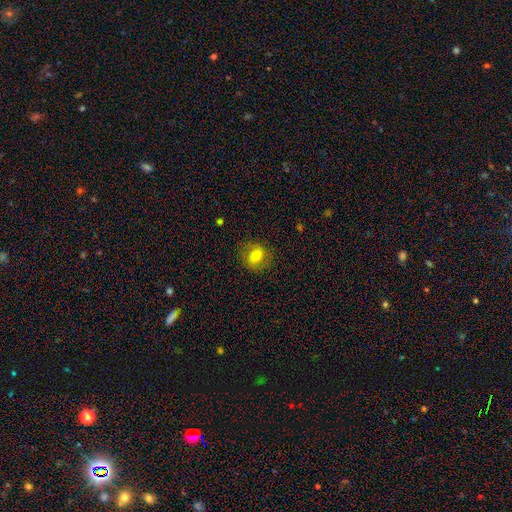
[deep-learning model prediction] smooth_or_featured: smooth (p=0.67) [alt: featured or disk p=0.23]
how_rounded: round (p=0.64) [alt: in between p=0.35]
merging: none (p=0.79) [alt: minor disturbance p=0.14]